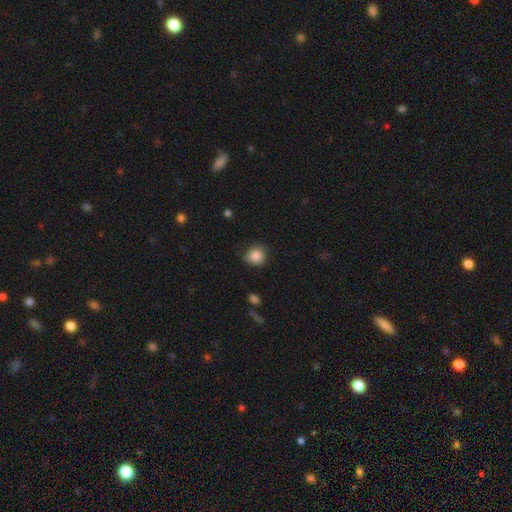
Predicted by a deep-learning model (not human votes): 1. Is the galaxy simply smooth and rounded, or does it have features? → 85% smooth, 9% star or artifact, 6% featured or disk.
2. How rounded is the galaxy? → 84% round, 15% in between, 1% cigar-shaped.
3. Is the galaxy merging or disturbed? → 71% none, 23% minor disturbance, 4% major disturbance, 1% merger.